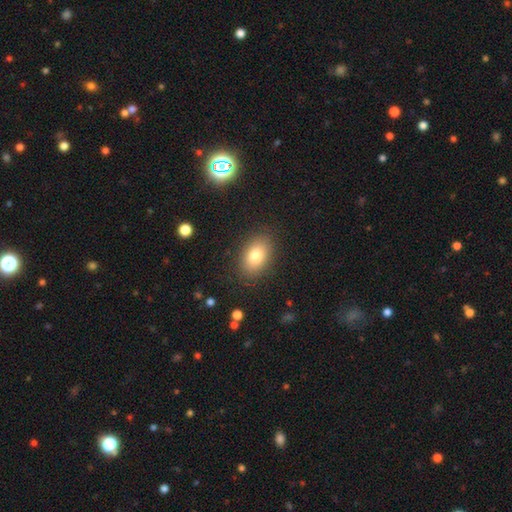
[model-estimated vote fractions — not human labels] smooth 80%, featured or disk 11%, star or artifact 9%. Down the decision tree: how rounded — in between (84%); merging — none (86%).